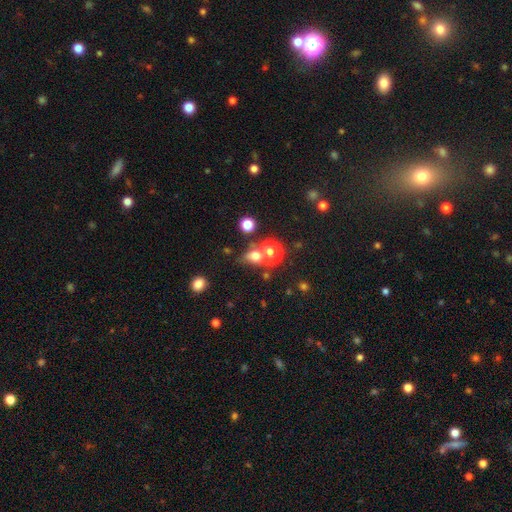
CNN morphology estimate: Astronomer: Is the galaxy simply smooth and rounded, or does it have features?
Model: smooth — 65%.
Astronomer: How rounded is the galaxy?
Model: round — 63%.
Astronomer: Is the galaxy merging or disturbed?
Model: none — 50% (runner-up: merger, 33%).